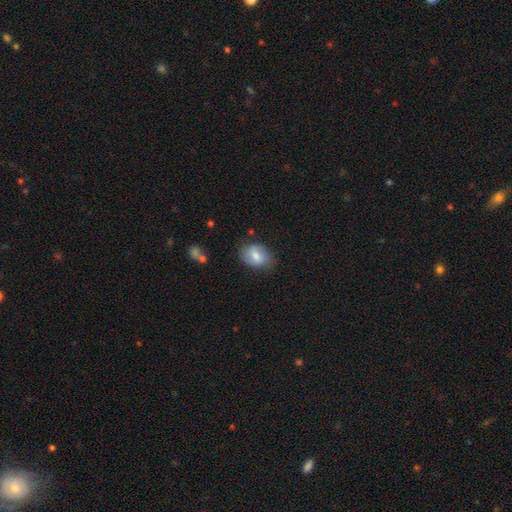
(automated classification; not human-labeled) Q: Smooth or featured?
A: smooth (71%); runner-up: featured or disk (22%)
Q: How rounded?
A: in between (70%); runner-up: round (29%)
Q: Merging?
A: none (73%); runner-up: minor disturbance (20%)